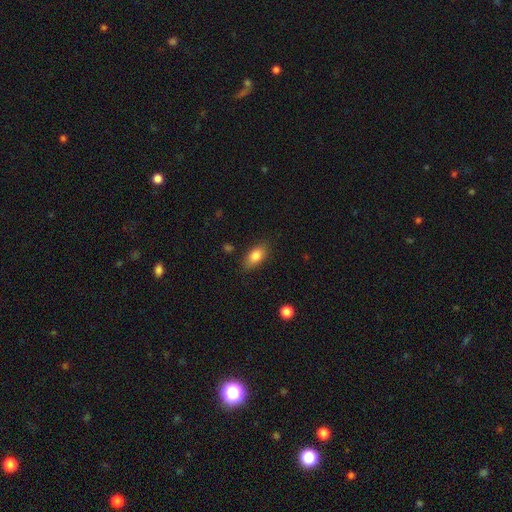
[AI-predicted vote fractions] Q: Smooth or featured?
A: smooth (82%); runner-up: featured or disk (10%)
Q: How rounded?
A: in between (87%); runner-up: cigar-shaped (7%)
Q: Merging?
A: none (84%); runner-up: minor disturbance (12%)